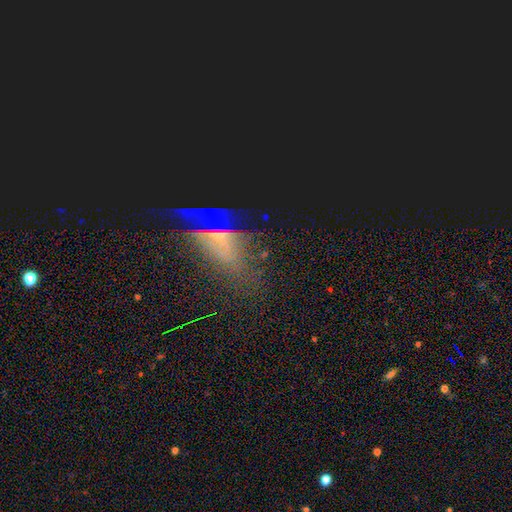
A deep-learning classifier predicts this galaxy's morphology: smooth-or-featured: star or artifact: 54% | featured or disk: 24% | smooth: 22%